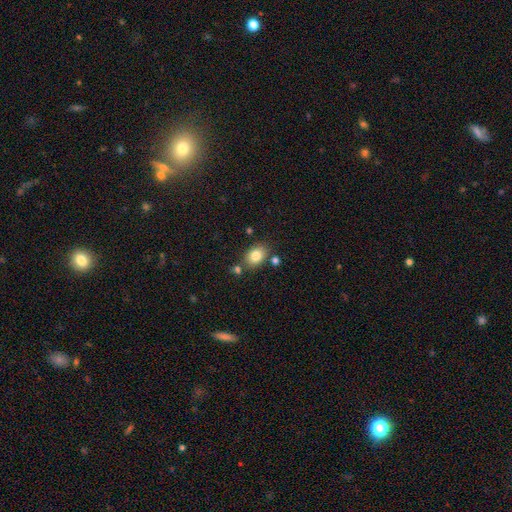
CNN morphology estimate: type=smooth (82%); roundness=in between (75%); merging=none (75%).